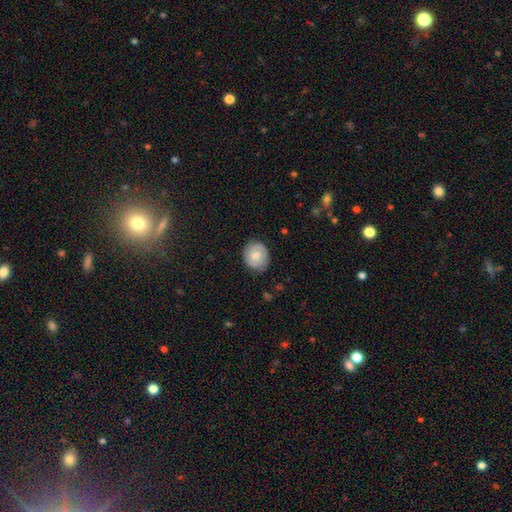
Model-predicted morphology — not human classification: Smooth or featured? smooth (63%)
How rounded? round (79%)
Merging? none (82%)